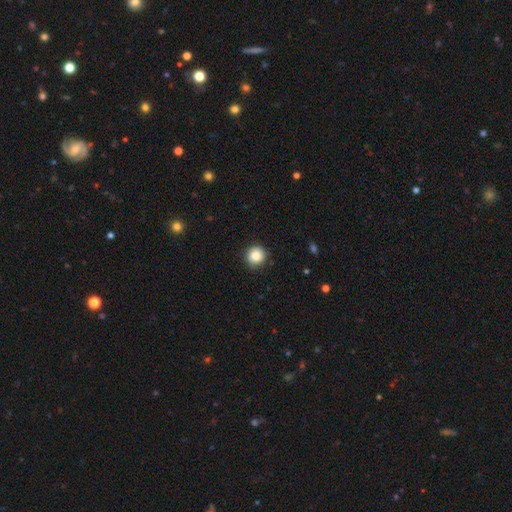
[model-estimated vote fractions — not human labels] Smooth or featured?
  - smooth: 86% *
  - star or artifact: 9%
  - featured or disk: 5%
How rounded?
  - round: 92% *
  - in between: 7%
  - cigar-shaped: 1%
Merging?
  - none: 87% *
  - minor disturbance: 10%
  - major disturbance: 2%
  - merger: 1%